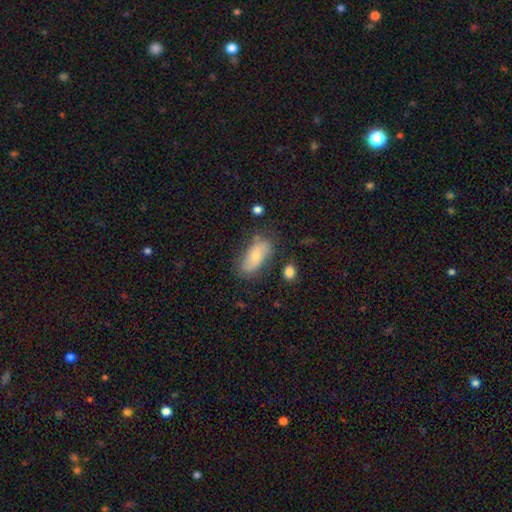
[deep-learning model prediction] Smooth or featured: smooth — 64% (featured or disk — 28%)
How rounded: in between — 88% (cigar-shaped — 9%)
Merging: none — 68% (minor disturbance — 21%)